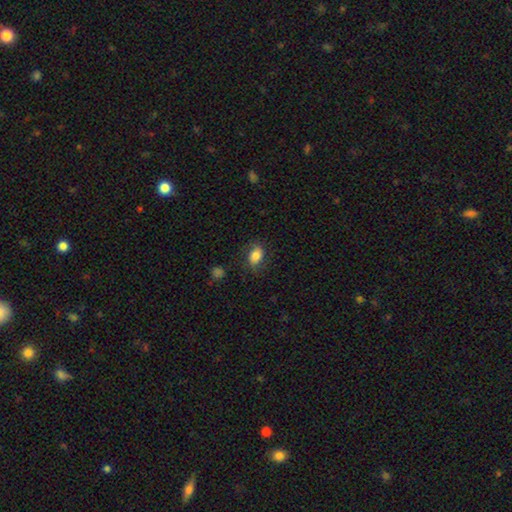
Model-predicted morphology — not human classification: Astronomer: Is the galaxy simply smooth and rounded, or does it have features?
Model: smooth — 80%.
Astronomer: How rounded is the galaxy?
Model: in between — 80%.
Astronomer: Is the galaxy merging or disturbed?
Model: none — 74%.